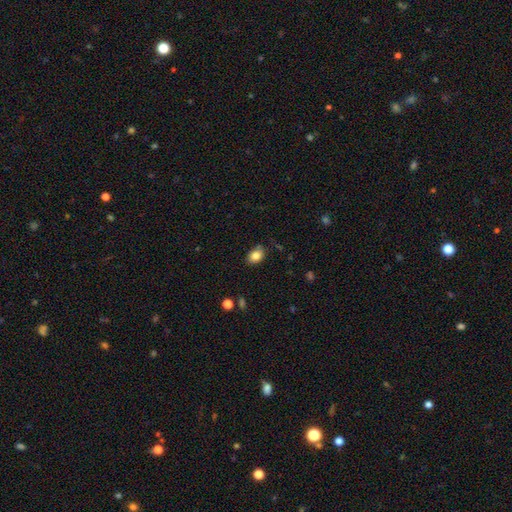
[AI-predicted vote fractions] A smooth galaxy with no disk features (84%) that is in between round and cigar-shaped (74%). Merging: none (78%).